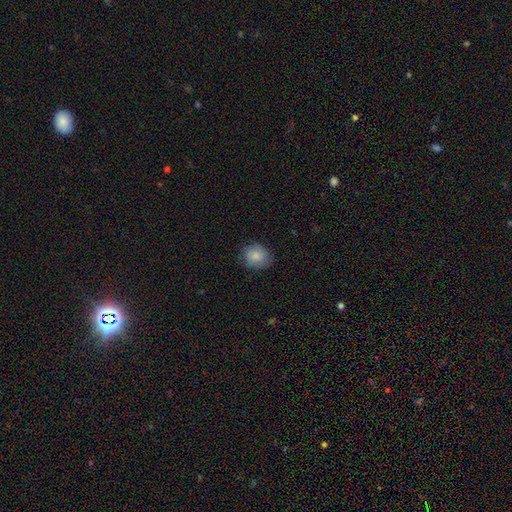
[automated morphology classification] smooth 85%, featured or disk 8%, star or artifact 7%. Down the decision tree: how rounded — round (71%); merging — none (78%).